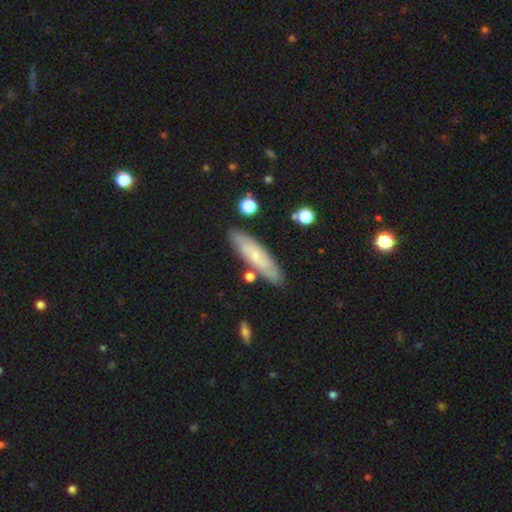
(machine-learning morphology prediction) Smooth or featured? Predicted: smooth (p=0.63). How rounded? Predicted: cigar-shaped (p=0.71). Merging? Predicted: none (p=0.83).